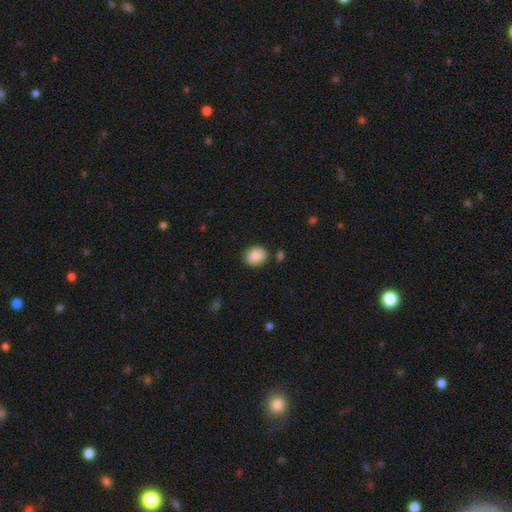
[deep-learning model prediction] Overall: smooth (87%). How rounded: round (63%; in between 36%). Merging: none (81%).